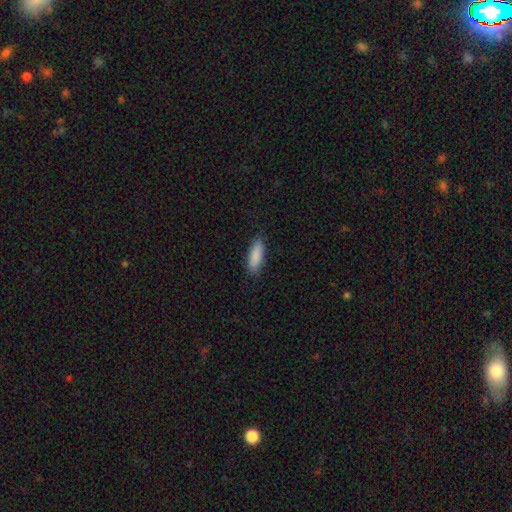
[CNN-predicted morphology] This appears to be a smooth galaxy with no disk features (89%) that is in between round and cigar-shaped (63%). Merging: none (85%).